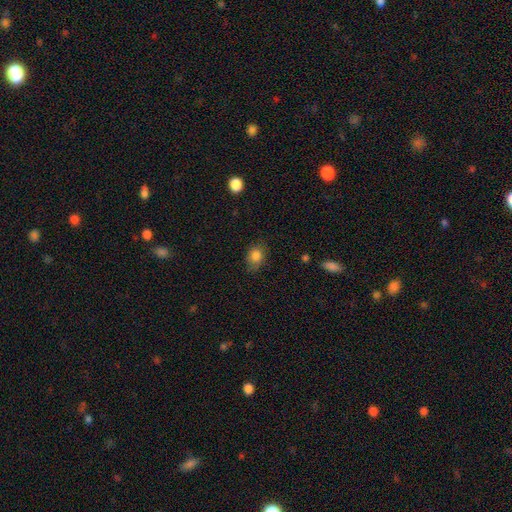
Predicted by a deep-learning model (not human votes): A smooth galaxy with no disk features (83%) that is in between round and cigar-shaped (64%).

Vote fractions:
- Smooth or featured? smooth: 83% / star or artifact: 10% / featured or disk: 8%
- How rounded? in between: 64% / round: 34% / cigar-shaped: 1%
- Merging? none: 71% / minor disturbance: 22% / major disturbance: 6% / merger: 1%